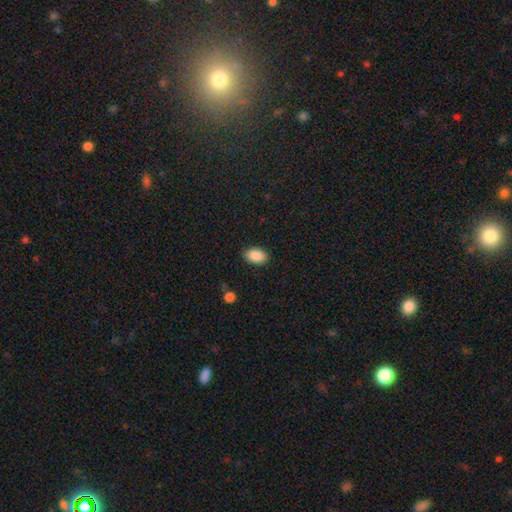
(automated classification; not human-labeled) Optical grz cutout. It shows a smooth galaxy with no disk features (89%) that is in between round and cigar-shaped (91%). Merging: none (87%).